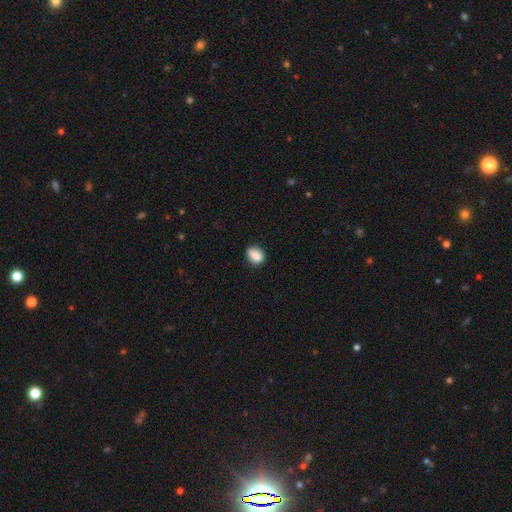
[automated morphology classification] smooth-or-featured: smooth: 87% | star or artifact: 8% | featured or disk: 5%
  how-rounded: in between: 65% | round: 33% | cigar-shaped: 1%
  merging: none: 78% | minor disturbance: 18% | major disturbance: 3% | merger: 1%